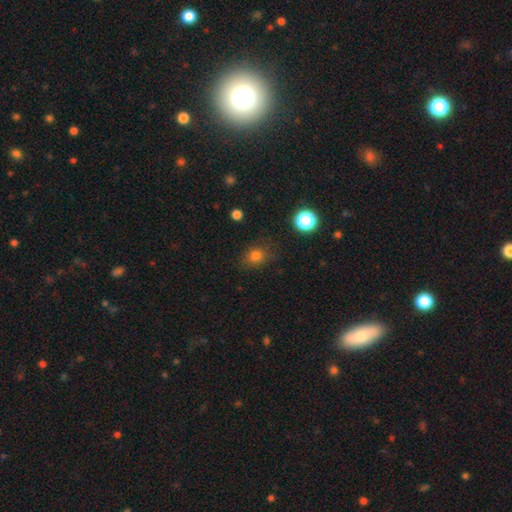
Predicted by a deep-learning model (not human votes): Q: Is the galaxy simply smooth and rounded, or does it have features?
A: smooth — 78%.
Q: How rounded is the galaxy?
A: round — 67%.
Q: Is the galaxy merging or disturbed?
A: none — 78%.